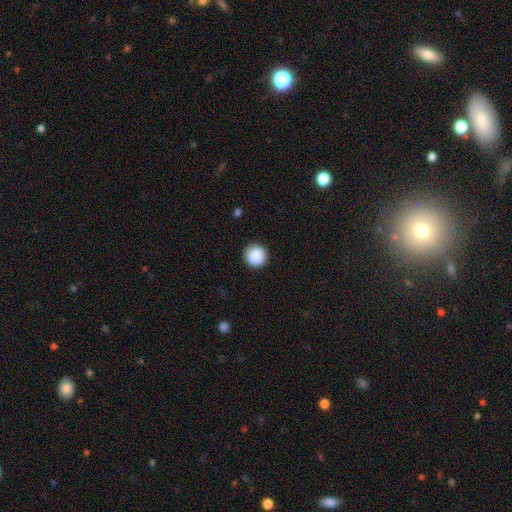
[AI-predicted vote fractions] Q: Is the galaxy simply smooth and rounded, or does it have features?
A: smooth — 89%.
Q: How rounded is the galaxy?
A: round — 96%.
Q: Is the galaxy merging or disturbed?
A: none — 91%.